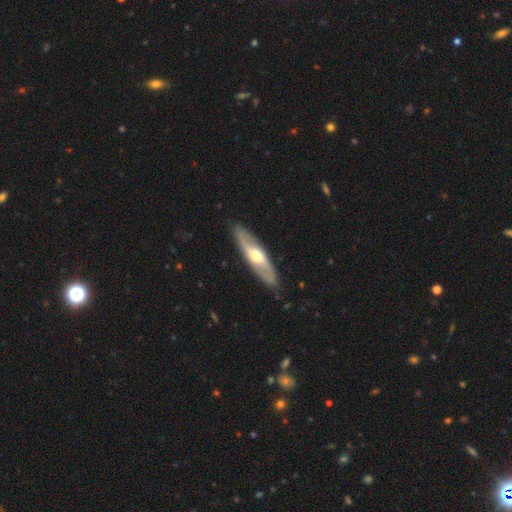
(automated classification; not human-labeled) The model was most divided on "edge-on disk": no: 67%, yes: 33%. More confident: merging — none (87%); smooth or featured — featured or disk (66%).